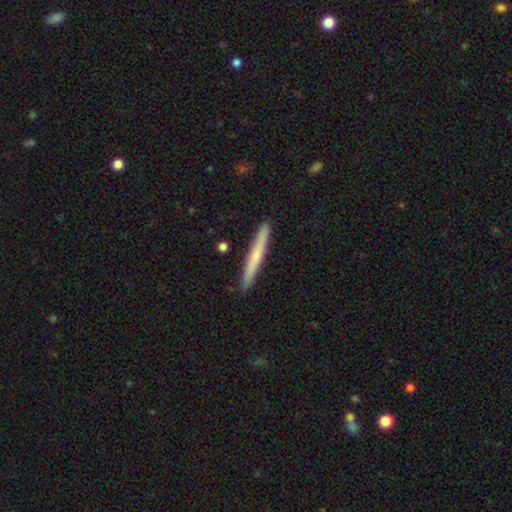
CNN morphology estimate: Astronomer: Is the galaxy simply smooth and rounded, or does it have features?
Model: smooth — 49% (runner-up: featured or disk, 44%).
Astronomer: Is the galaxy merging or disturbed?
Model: none — 91%.